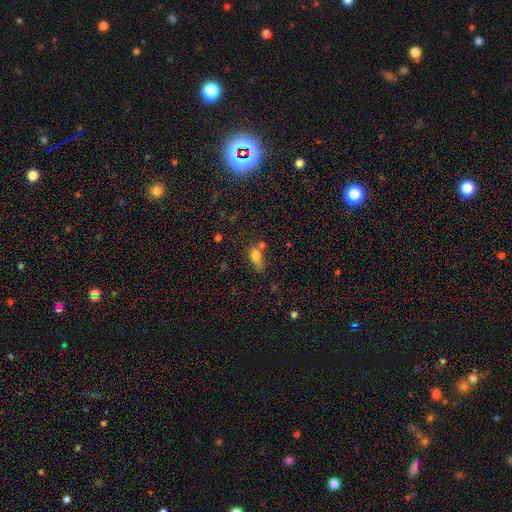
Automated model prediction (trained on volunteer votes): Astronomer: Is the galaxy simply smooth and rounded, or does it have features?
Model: smooth — 78%.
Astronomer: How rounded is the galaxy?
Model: in between — 77%.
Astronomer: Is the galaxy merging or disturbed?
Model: none — 44% (runner-up: minor disturbance, 23%).